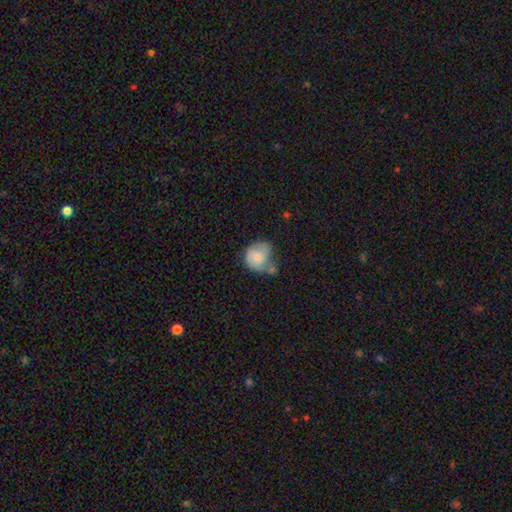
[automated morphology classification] smooth_or_featured: smooth (p=0.64) [alt: featured or disk p=0.29]
how_rounded: round (p=0.63) [alt: in between p=0.36]
merging: minor disturbance (p=0.32) [alt: none p=0.28]